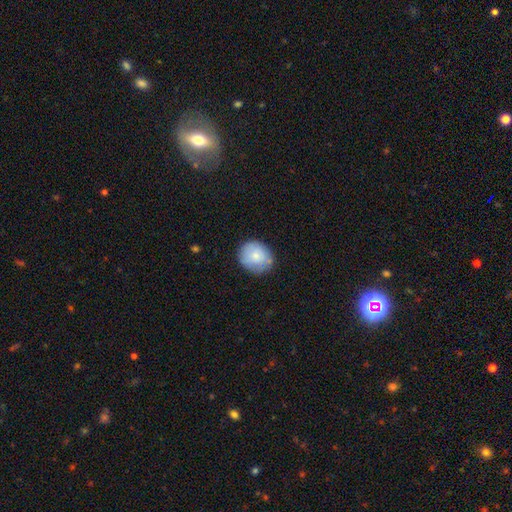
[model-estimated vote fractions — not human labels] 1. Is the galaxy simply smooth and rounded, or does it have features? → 76% smooth, 16% featured or disk, 7% star or artifact.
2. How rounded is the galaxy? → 71% round, 28% in between, 1% cigar-shaped.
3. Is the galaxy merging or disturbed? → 71% none, 20% minor disturbance, 5% major disturbance, 3% merger.